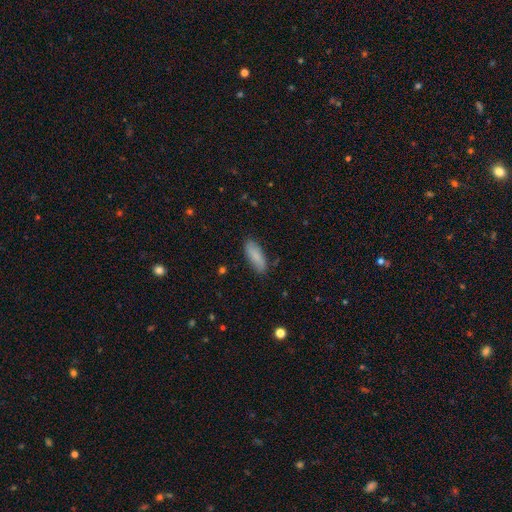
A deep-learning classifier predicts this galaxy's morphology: Smooth or featured? smooth (82%)
How rounded? in between (69%)
Merging? none (84%)